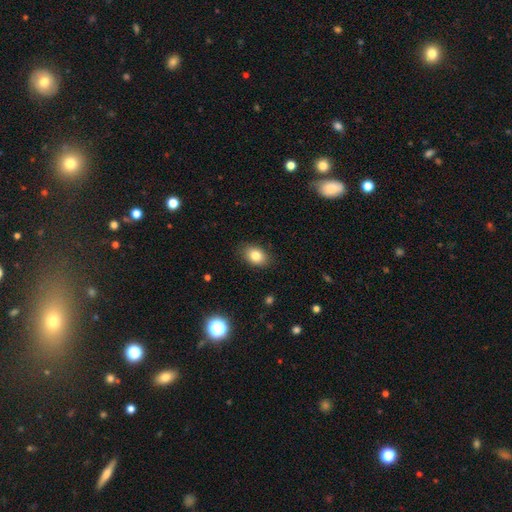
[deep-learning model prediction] A smooth galaxy with no disk features (82%) that is in between round and cigar-shaped (80%). Merging: none (86%).